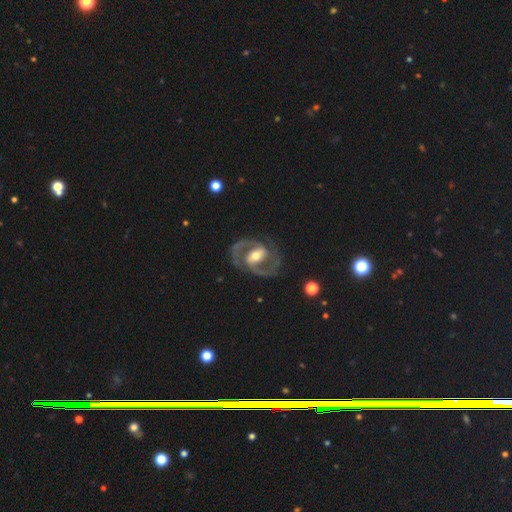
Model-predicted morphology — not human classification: smooth_or_featured: featured or disk (p=0.92) [alt: smooth p=0.04]
disk_edge_on: no (p=0.98) [alt: yes p=0.02]
bar: weak (p=0.41) [alt: strong p=0.40]
has_spiral_arms: yes (p=0.97) [alt: no p=0.03]
spiral_winding: medium (p=0.64) [alt: tight p=0.23]
spiral_arm_count: 2 (p=0.93) [alt: 3 p=0.02]
bulge_size: moderate (p=0.70) [alt: small p=0.18]
merging: none (p=0.81) [alt: minor disturbance p=0.12]